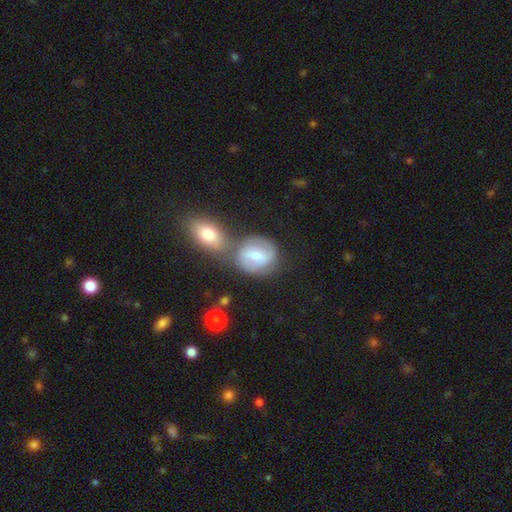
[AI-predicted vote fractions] Smooth or featured? Predicted: smooth (p=0.54). How rounded? Predicted: round (p=0.70). Merging? Predicted: none (p=0.48).